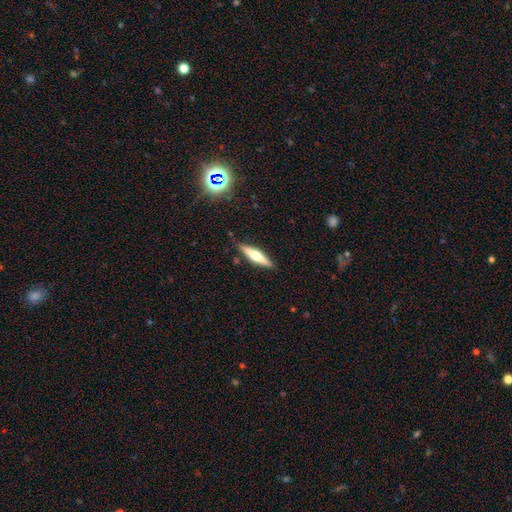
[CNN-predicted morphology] This appears to be a featured or disk galaxy (53%) viewed edge-on (95%) with a rounded central bulge (88%). Merging: none (86%).